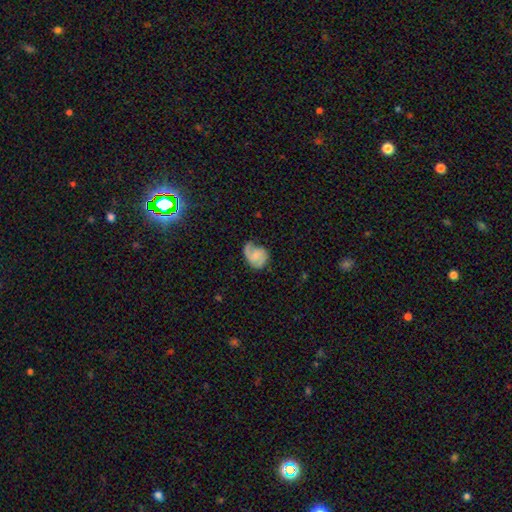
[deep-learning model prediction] This appears to be a featured or disk galaxy (67%) with no bar (61%), 2 (70%) medium (46%) spiral arms (93%) and a small central bulge (53%). Merging: none (52%).